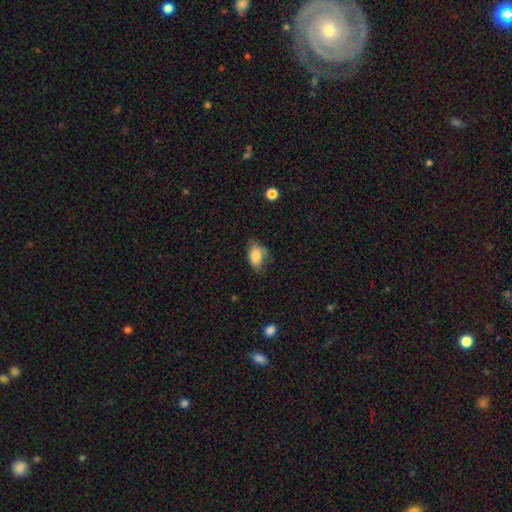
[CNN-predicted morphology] Q: Smooth or featured?
A: smooth (78%); runner-up: featured or disk (14%)
Q: How rounded?
A: in between (88%); runner-up: round (10%)
Q: Merging?
A: none (52%); runner-up: minor disturbance (34%)